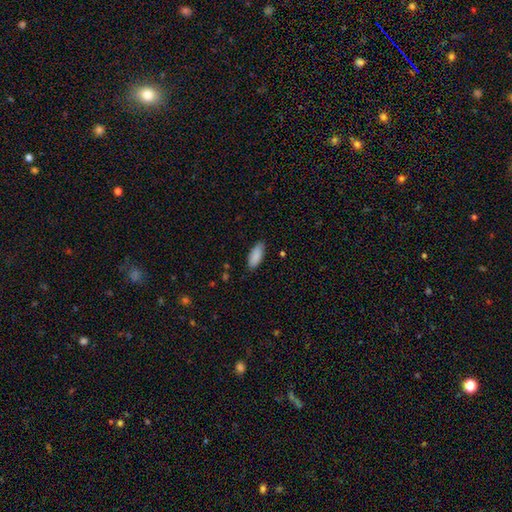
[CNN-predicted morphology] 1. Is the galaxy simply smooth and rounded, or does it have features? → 89% smooth, 6% star or artifact, 5% featured or disk.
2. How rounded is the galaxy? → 82% in between, 16% cigar-shaped, 2% round.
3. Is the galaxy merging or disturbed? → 84% none, 12% minor disturbance, 2% major disturbance, 1% merger.